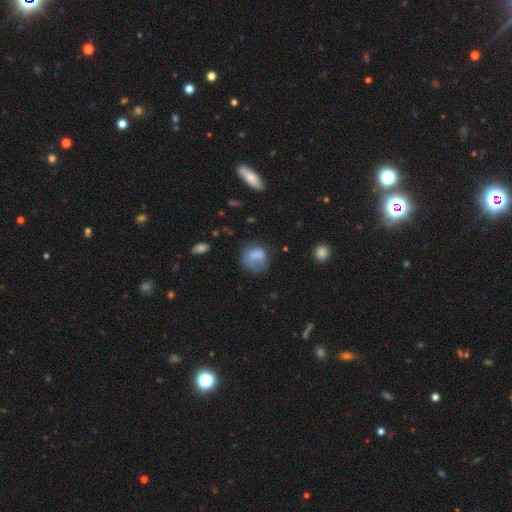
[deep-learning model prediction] Smooth or featured?
  - smooth: 68% *
  - featured or disk: 21%
  - star or artifact: 11%
How rounded?
  - round: 63% *
  - in between: 36%
  - cigar-shaped: 1%
Merging?
  - none: 40% *
  - major disturbance: 29%
  - minor disturbance: 26%
  - merger: 4%